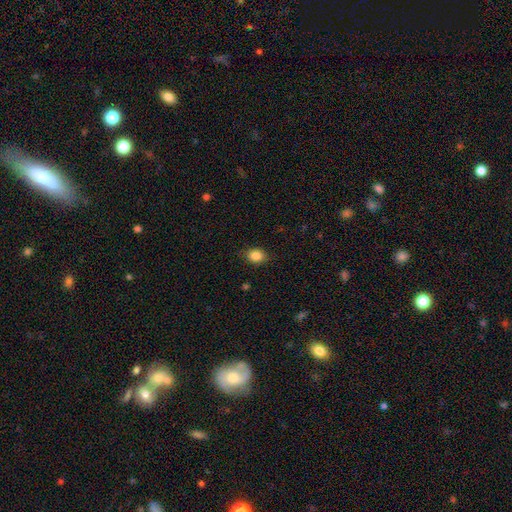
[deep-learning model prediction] This is clearly a smooth galaxy (86%). How rounded: possibly in between (56%). Merging: clearly none (85%).